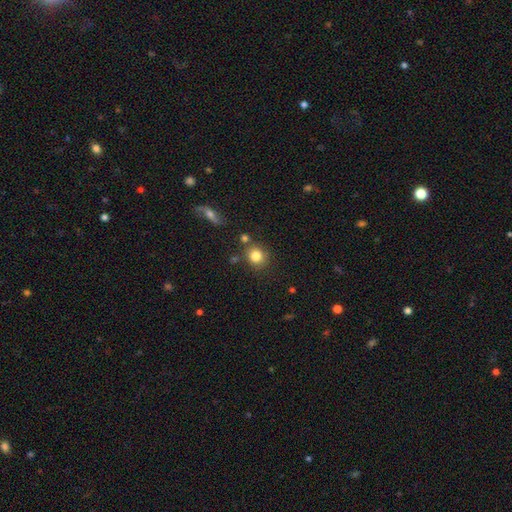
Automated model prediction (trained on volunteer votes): Q: Smooth or featured?
A: smooth (83%); runner-up: star or artifact (10%)
Q: How rounded?
A: round (83%); runner-up: in between (16%)
Q: Merging?
A: none (76%); runner-up: minor disturbance (11%)